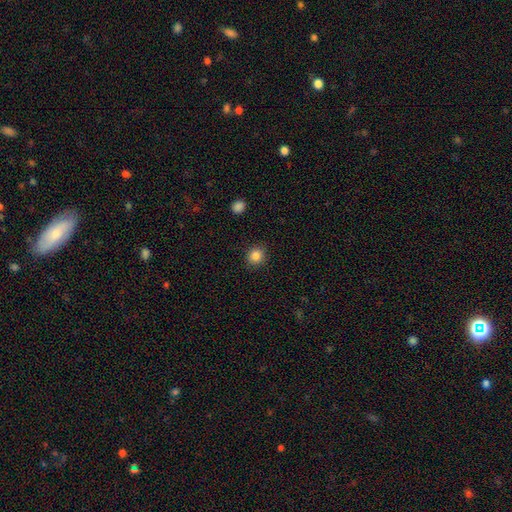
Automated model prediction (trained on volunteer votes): Q: Smooth or featured?
A: smooth (85%); runner-up: star or artifact (11%)
Q: How rounded?
A: round (83%); runner-up: in between (16%)
Q: Merging?
A: none (89%); runner-up: minor disturbance (7%)